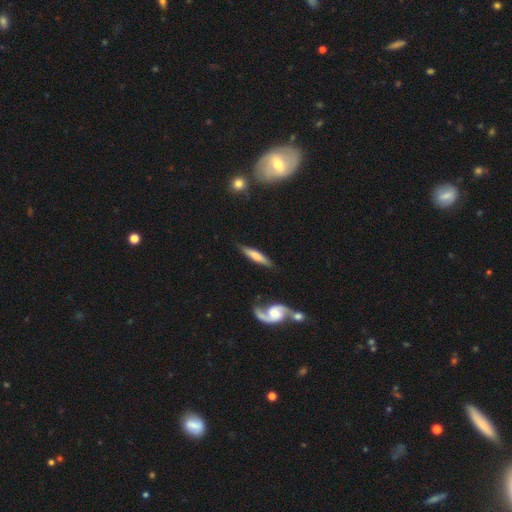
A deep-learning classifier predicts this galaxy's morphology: type=smooth (54%); roundness=cigar-shaped (80%); merging=none (79%).